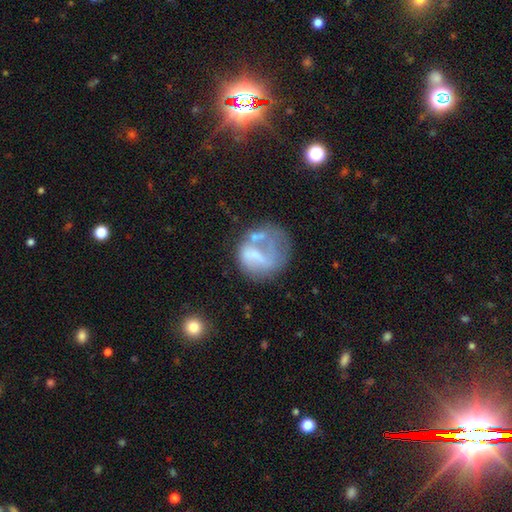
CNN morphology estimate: Smooth or featured? Predicted: featured or disk (p=0.49). Merging? Predicted: none (p=0.34).